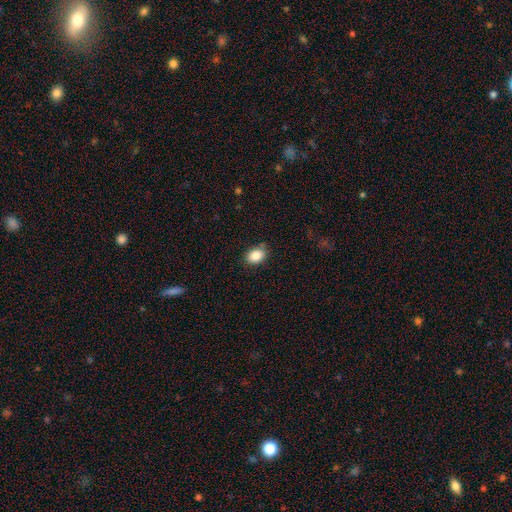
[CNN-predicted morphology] Q: Smooth or featured?
A: smooth (87%); runner-up: star or artifact (9%)
Q: How rounded?
A: in between (73%); runner-up: round (26%)
Q: Merging?
A: none (81%); runner-up: minor disturbance (14%)